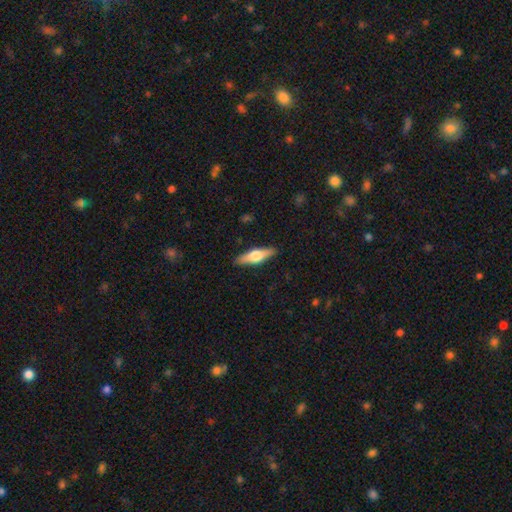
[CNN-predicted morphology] Smooth or featured: featured or disk — 52% (smooth — 42%)
Edge-on disk: yes — 94% (no — 6%)
Merging: none — 89% (minor disturbance — 8%)